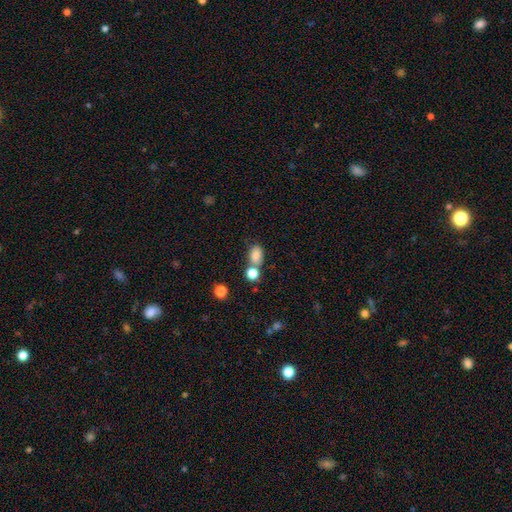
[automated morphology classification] type=smooth (82%); roundness=in between (78%); merging=none (54%).